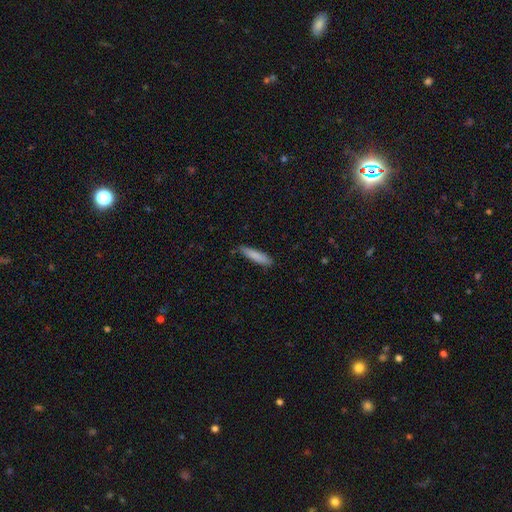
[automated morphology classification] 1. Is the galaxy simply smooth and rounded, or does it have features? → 83% smooth, 11% featured or disk, 6% star or artifact.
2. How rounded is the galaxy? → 82% cigar-shaped, 16% in between, 1% round.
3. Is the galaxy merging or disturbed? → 83% none, 13% minor disturbance, 2% major disturbance, 2% merger.